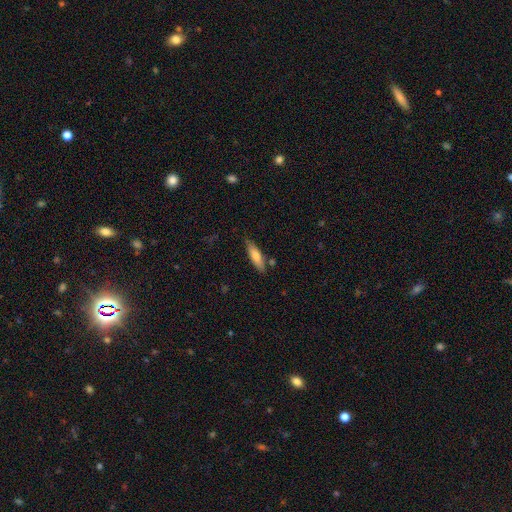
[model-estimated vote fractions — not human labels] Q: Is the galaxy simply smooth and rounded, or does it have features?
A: smooth — 72%.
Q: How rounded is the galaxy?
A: cigar-shaped — 62%.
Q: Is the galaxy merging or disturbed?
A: none — 77%.